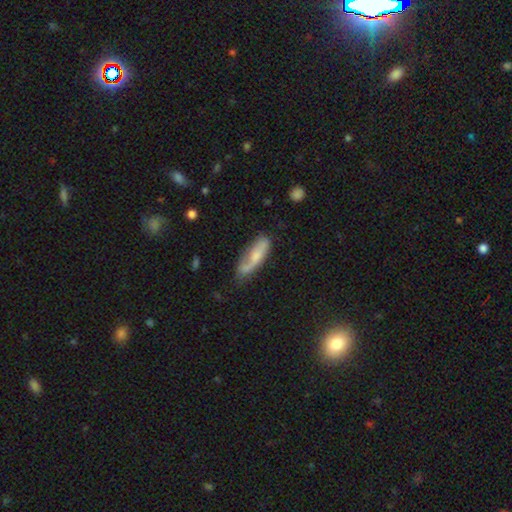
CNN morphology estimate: This appears to be a smooth galaxy with no disk features (57%) that is cigar-shaped (51%). Merging: none (53%).